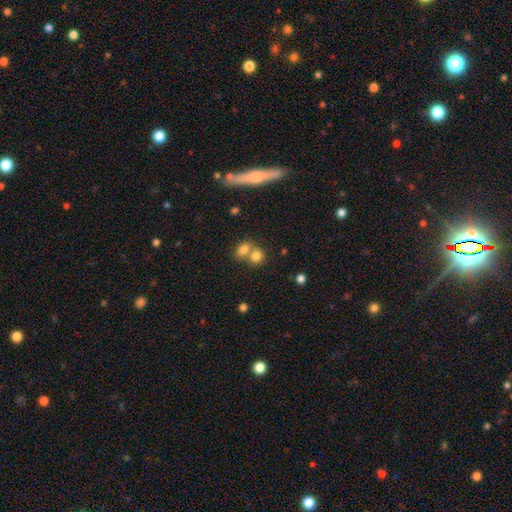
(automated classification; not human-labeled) smooth 78%, featured or disk 11%, star or artifact 11%. Down the decision tree: how rounded — round (67%); merging — merger (54%).